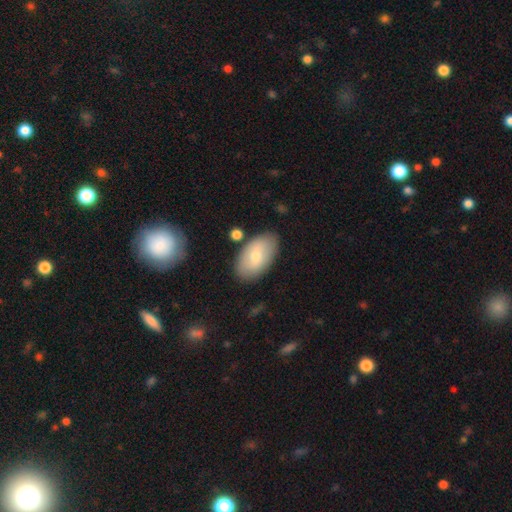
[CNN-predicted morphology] A smooth galaxy with no disk features (71%) that is in between round and cigar-shaped (95%).

Vote fractions:
- Smooth or featured? smooth: 71% / featured or disk: 23% / star or artifact: 6%
- How rounded? in between: 95% / round: 4% / cigar-shaped: 2%
- Merging? none: 81% / minor disturbance: 12% / merger: 4% / major disturbance: 3%